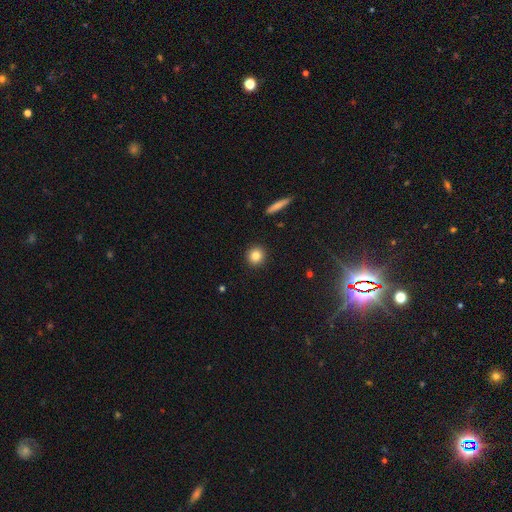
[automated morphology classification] Smooth or featured? Predicted: smooth (p=0.83). How rounded? Predicted: round (p=0.93). Merging? Predicted: none (p=0.92).